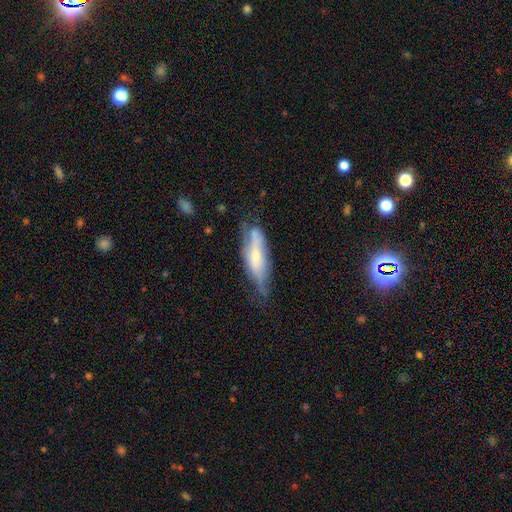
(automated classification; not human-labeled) This is possibly a featured or disk galaxy (53%). It is possibly not viewed edge-on (51%). Merging: possibly none (48%).